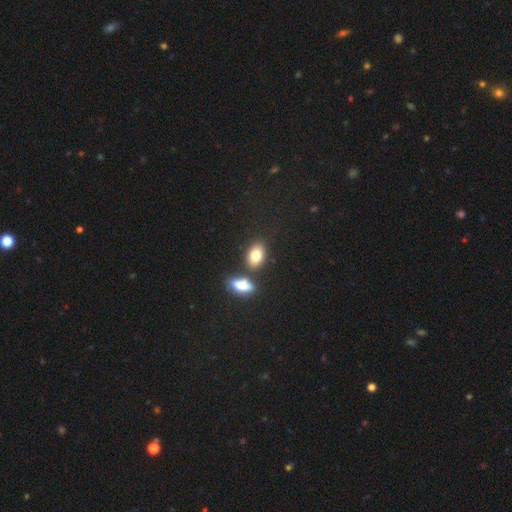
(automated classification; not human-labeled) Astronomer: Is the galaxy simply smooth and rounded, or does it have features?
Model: smooth — 80%.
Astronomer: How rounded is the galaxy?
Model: in between — 81%.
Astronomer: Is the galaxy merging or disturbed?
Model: none — 69%.